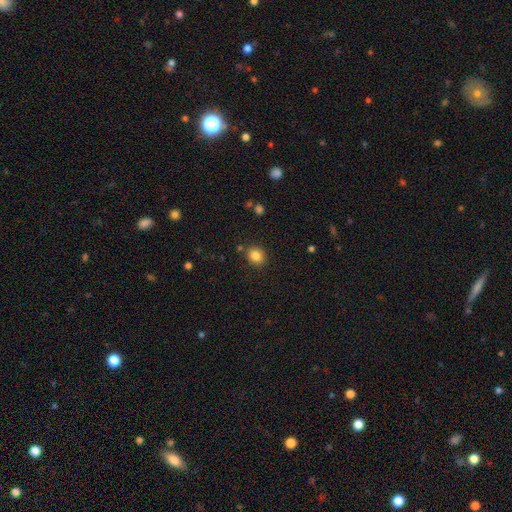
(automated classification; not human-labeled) A smooth galaxy with no disk features (84%) that is round (70%). Merging: none (85%).